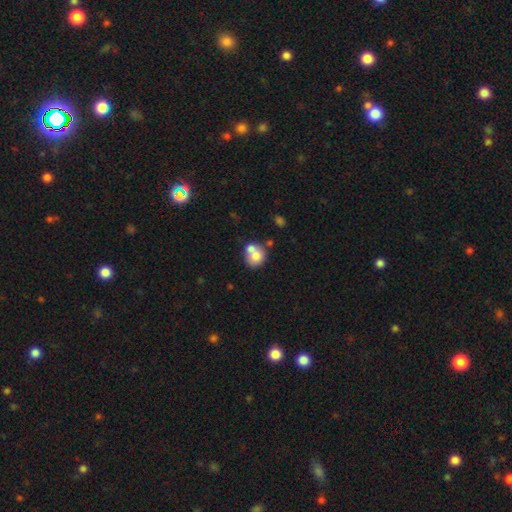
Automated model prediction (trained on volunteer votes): A smooth galaxy with no disk features (70%) that is round (76%).

Vote fractions:
- Smooth or featured? smooth: 70% / featured or disk: 21% / star or artifact: 9%
- How rounded? round: 76% / in between: 23% / cigar-shaped: 1%
- Merging? merger: 50% / none: 38% / minor disturbance: 9% / major disturbance: 4%